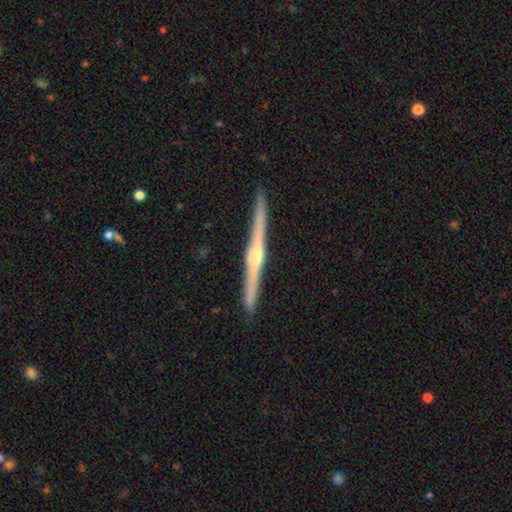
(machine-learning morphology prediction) A featured or disk galaxy (84%) viewed edge-on (99%) with a rounded central bulge (83%).

Vote fractions:
- Smooth or featured? featured or disk: 84% / smooth: 11% / star or artifact: 5%
- Edge-on disk? yes: 99% / no: 1%
- Edge-on bulge? rounded: 83% / none: 10% / boxy: 7%
- Merging? none: 92% / minor disturbance: 5% / major disturbance: 1% / merger: 1%